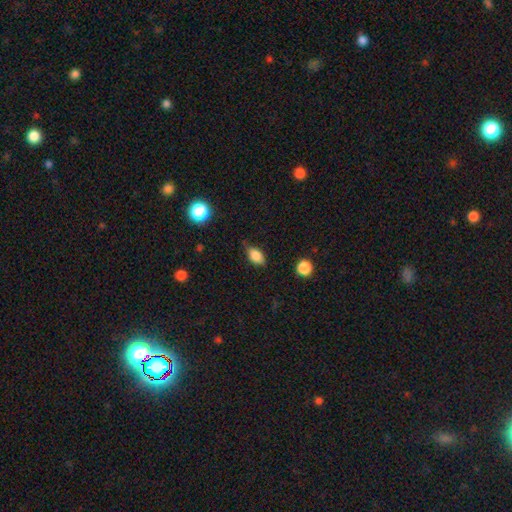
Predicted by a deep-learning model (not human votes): Smooth or featured: smooth — 83% (star or artifact — 9%)
How rounded: in between — 87% (round — 9%)
Merging: none — 73% (minor disturbance — 21%)